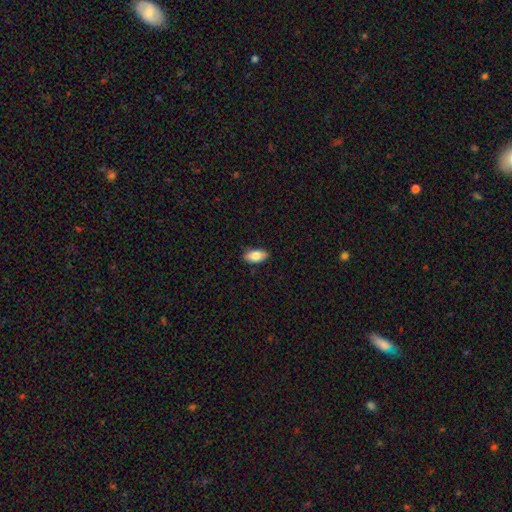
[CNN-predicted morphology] This appears to be a smooth galaxy with no disk features (83%) that is in between round and cigar-shaped (91%). Merging: none (84%).